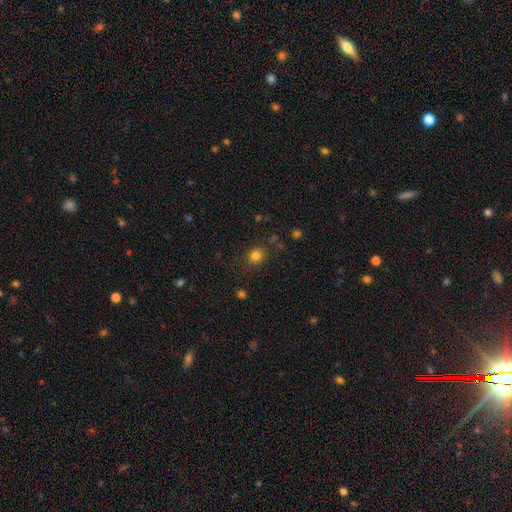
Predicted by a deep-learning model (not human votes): The model was most divided on "how rounded": round: 70%, in between: 29%, cigar-shaped: 1%. More confident: merging — none (82%); smooth or featured — smooth (81%).